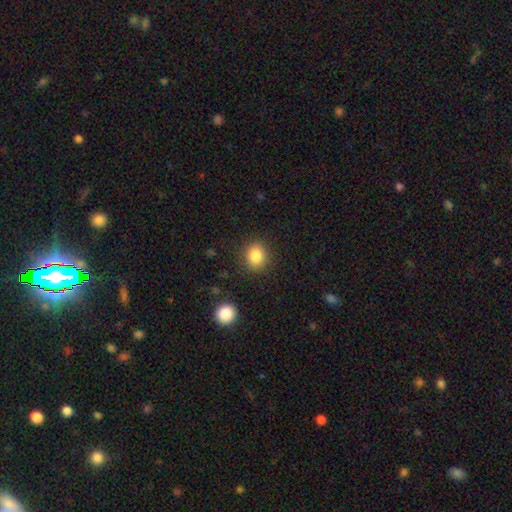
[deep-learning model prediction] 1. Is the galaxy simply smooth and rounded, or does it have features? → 85% smooth, 10% star or artifact, 5% featured or disk.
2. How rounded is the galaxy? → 68% round, 31% in between, 1% cigar-shaped.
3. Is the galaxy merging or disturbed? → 87% none, 8% minor disturbance, 3% major disturbance, 2% merger.